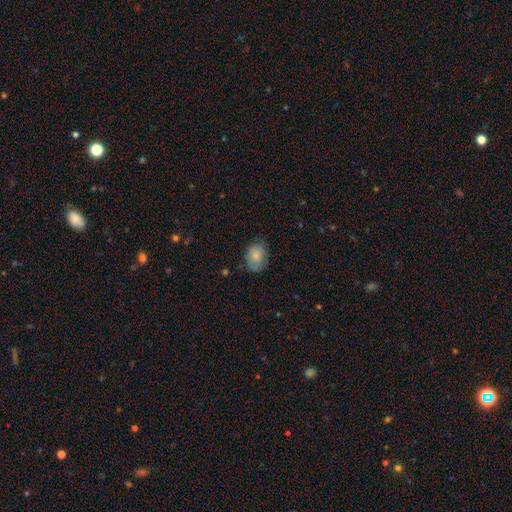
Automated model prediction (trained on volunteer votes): Smooth or featured? smooth (81%)
How rounded? in between (70%)
Merging? none (73%)